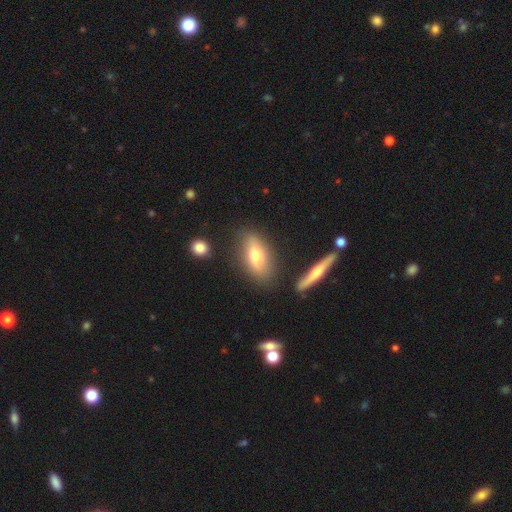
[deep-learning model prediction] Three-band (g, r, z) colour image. It shows a smooth galaxy with no disk features (64%) that is in between round and cigar-shaped (75%). Merging: none (77%).